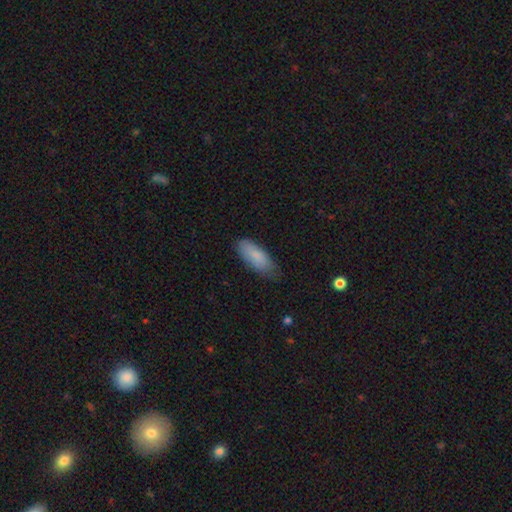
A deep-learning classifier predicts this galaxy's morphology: A smooth galaxy with no disk features (84%) that is in between round and cigar-shaped (75%).

Vote fractions:
- Smooth or featured? smooth: 84% / featured or disk: 10% / star or artifact: 6%
- How rounded? in between: 75% / cigar-shaped: 23% / round: 2%
- Merging? none: 68% / minor disturbance: 26% / major disturbance: 4% / merger: 1%